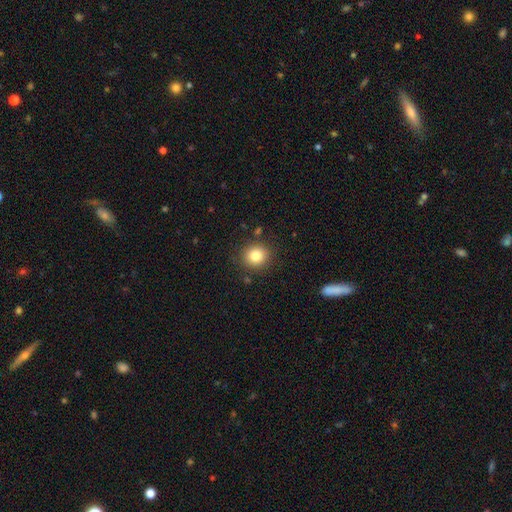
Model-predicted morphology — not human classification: This appears to be a smooth galaxy with no disk features (82%) that is round (86%). Merging: none (87%).